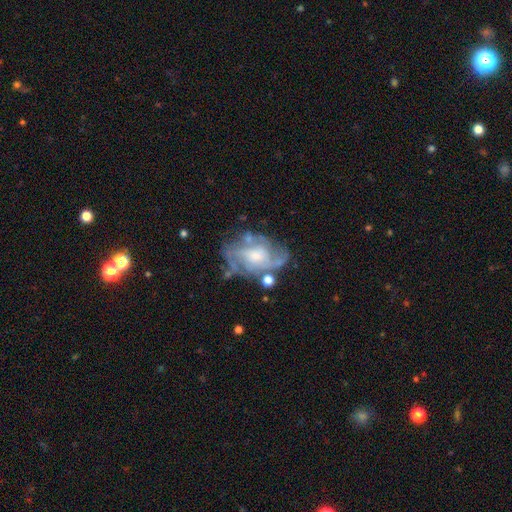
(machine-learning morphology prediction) Smooth or featured? featured or disk (77%)
Edge-on disk? no (96%)
Bar? no (66%)
Spiral arms? yes (78%)
Spiral winding? tight (41%)
Spiral arm count? can't tell (45%)
Bulge size? moderate (45%)
Merging? none (55%)